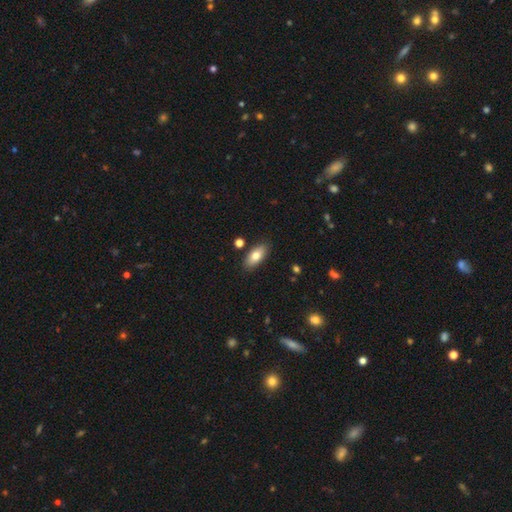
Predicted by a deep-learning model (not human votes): A smooth galaxy with no disk features (77%) that is in between round and cigar-shaped (88%). Merging: none (85%).